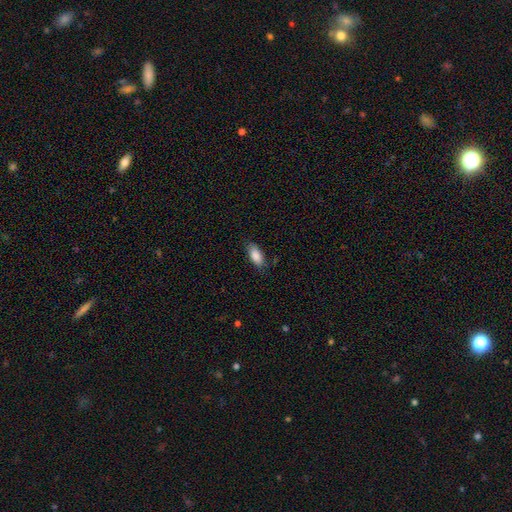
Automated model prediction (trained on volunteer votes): This is clearly a smooth galaxy (87%). How rounded: clearly in between (85%). Merging: clearly none (80%).